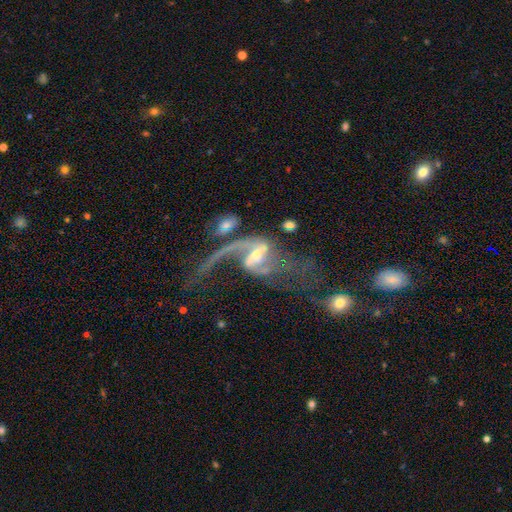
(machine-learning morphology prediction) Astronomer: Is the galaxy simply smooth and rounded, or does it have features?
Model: featured or disk — 87%.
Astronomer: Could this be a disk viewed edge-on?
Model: no — 96%.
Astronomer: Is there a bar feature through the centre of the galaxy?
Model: weak — 44% (runner-up: strong, 36%).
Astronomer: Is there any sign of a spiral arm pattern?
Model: yes — 92%.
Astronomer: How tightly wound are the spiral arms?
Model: loose — 80%.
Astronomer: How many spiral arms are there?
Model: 2 — 73%.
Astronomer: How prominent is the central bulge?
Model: moderate — 48% (runner-up: small, 44%).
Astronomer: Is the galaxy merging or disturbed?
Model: major disturbance — 39% (runner-up: none, 27%).